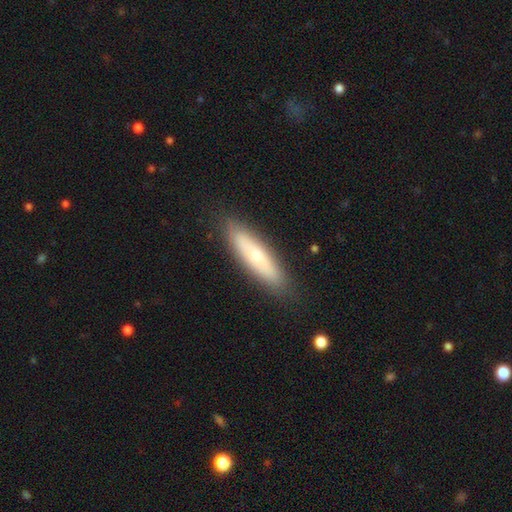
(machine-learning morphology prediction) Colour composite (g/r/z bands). It shows a smooth galaxy with no disk features (62%) that is cigar-shaped (71%). Merging: none (87%).